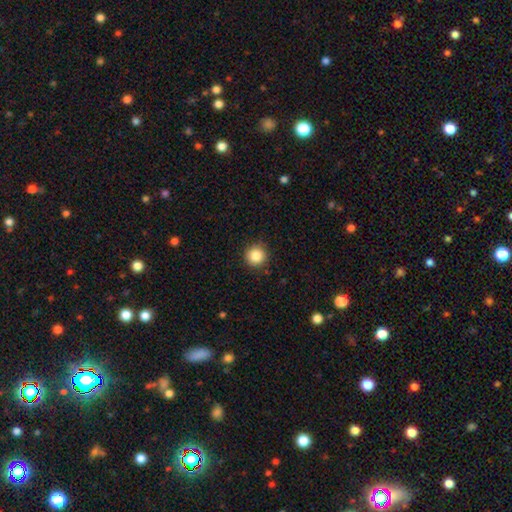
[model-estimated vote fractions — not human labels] Smooth or featured? Predicted: smooth (p=0.87). How rounded? Predicted: round (p=0.95). Merging? Predicted: none (p=0.91).